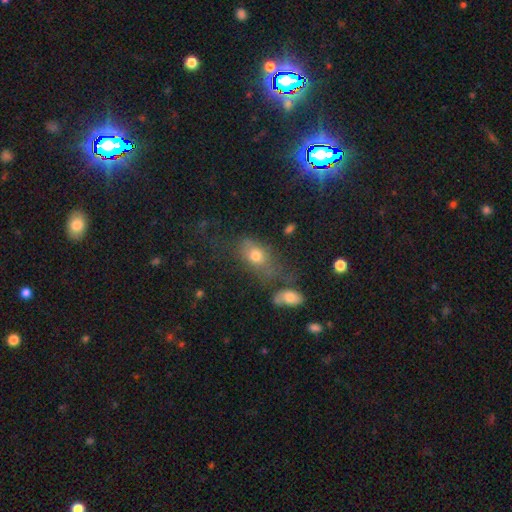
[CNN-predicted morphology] Smooth or featured? smooth (69%)
How rounded? in between (80%)
Merging? none (42%)